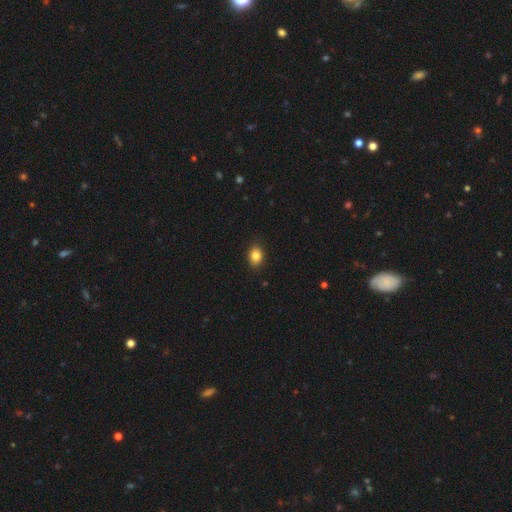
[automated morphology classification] A smooth galaxy with no disk features (85%) that is in between round and cigar-shaped (64%).

Vote fractions:
- Smooth or featured? smooth: 85% / star or artifact: 10% / featured or disk: 6%
- How rounded? in between: 64% / round: 35% / cigar-shaped: 1%
- Merging? none: 88% / minor disturbance: 9% / major disturbance: 2% / merger: 1%